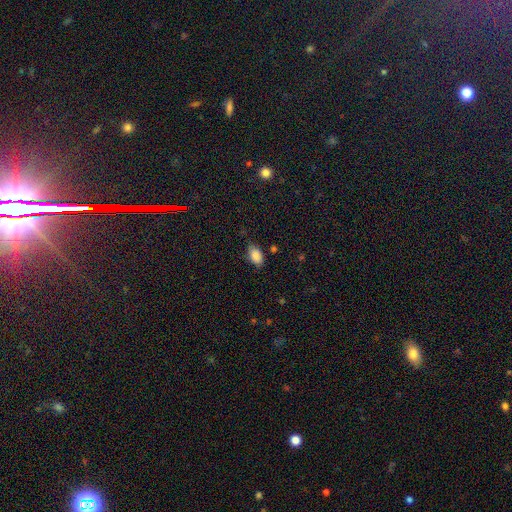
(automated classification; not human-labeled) smooth 86%, star or artifact 8%, featured or disk 6%. Down the decision tree: how rounded — in between (92%); merging — none (73%).